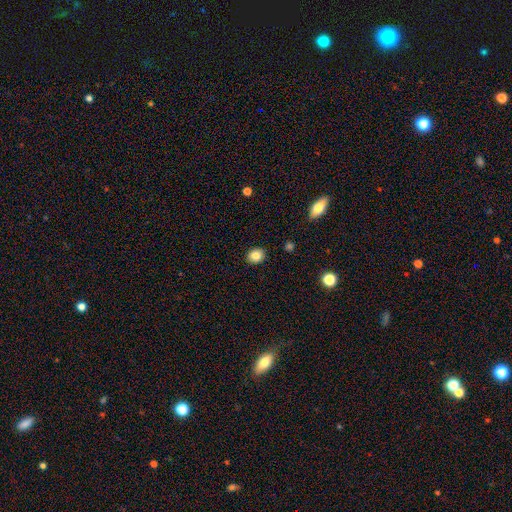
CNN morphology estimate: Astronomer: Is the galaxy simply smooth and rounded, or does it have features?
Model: smooth — 84%.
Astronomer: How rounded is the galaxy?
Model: round — 58% (runner-up: in between, 41%).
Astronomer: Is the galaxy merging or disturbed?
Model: none — 89%.